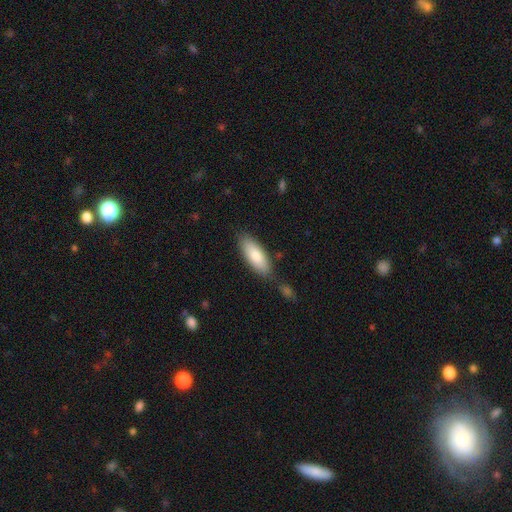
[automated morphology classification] Q: Smooth or featured?
A: smooth (81%); runner-up: featured or disk (13%)
Q: How rounded?
A: in between (72%); runner-up: cigar-shaped (27%)
Q: Merging?
A: none (73%); runner-up: minor disturbance (15%)